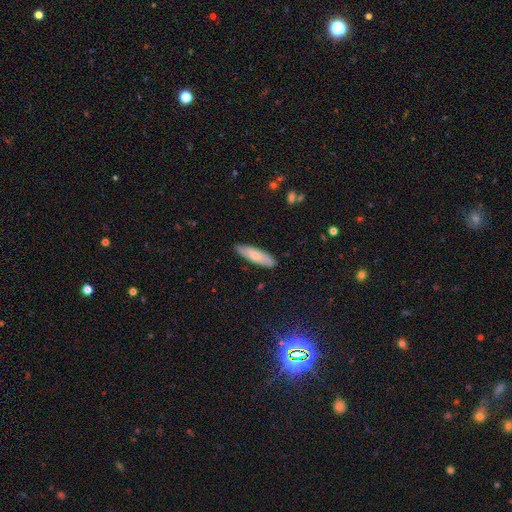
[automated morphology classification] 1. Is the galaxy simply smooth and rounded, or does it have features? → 69% smooth, 25% featured or disk, 6% star or artifact.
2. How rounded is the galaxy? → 59% cigar-shaped, 39% in between, 2% round.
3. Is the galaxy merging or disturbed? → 86% none, 11% minor disturbance, 2% major disturbance, 1% merger.